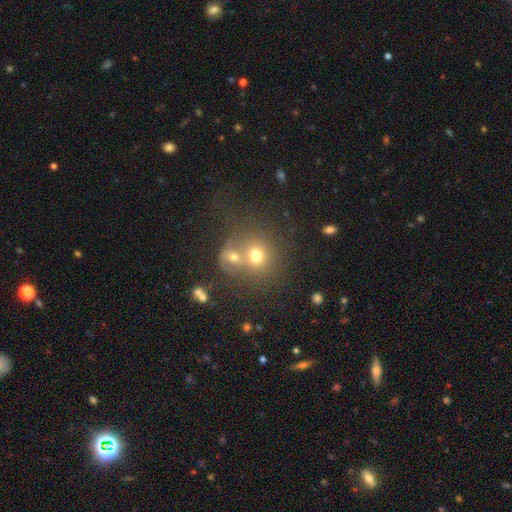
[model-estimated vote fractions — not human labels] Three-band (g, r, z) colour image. It shows a smooth galaxy with no disk features (68%) that is round (78%). Merging: merger (48%).